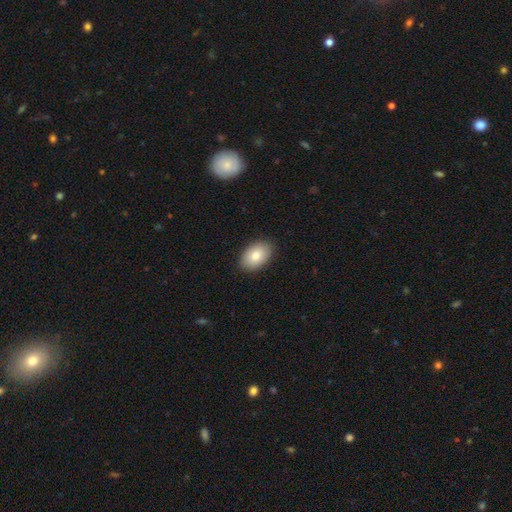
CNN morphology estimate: This appears to be a smooth galaxy with no disk features (82%) that is in between round and cigar-shaped (88%). Merging: none (88%).